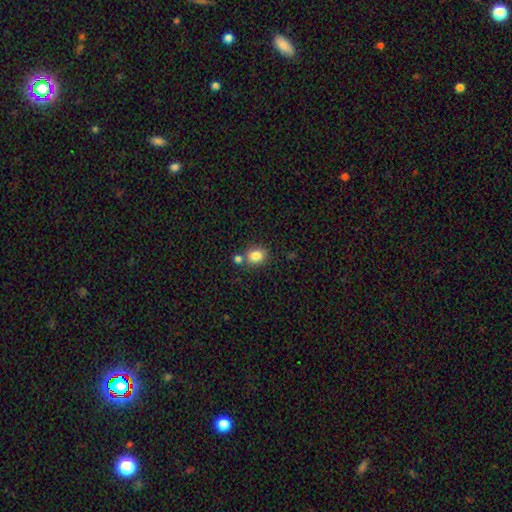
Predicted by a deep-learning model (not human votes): A smooth galaxy with no disk features (84%) that is round (57%). Merging: none (67%).